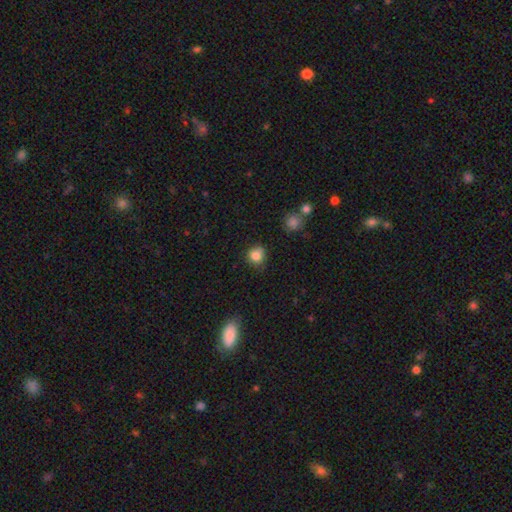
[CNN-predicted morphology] smooth 83%, star or artifact 11%, featured or disk 6%. Down the decision tree: how rounded — round (80%); merging — none (69%).